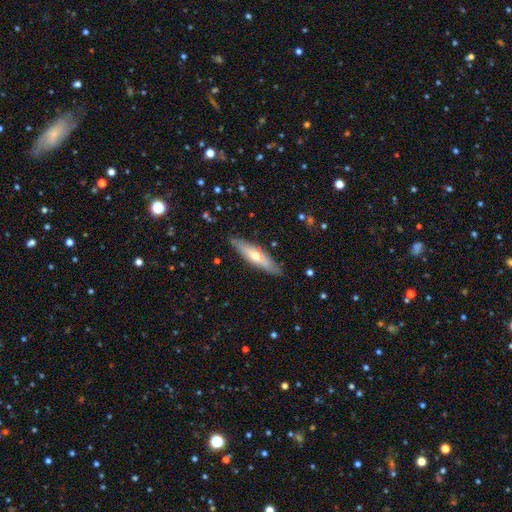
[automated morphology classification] Smooth or featured: featured or disk — 47% (tied with smooth — 47%)
Merging: none — 86% (minor disturbance — 11%)